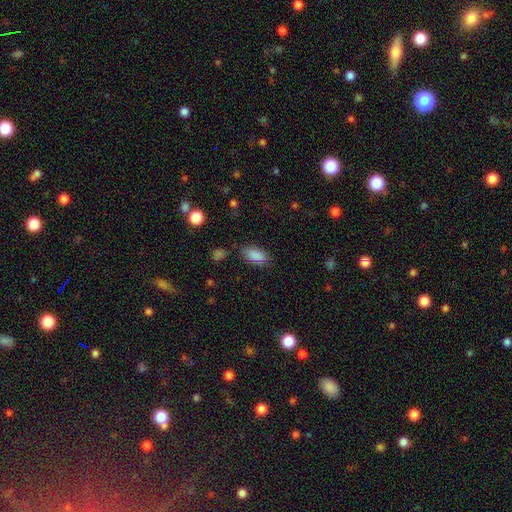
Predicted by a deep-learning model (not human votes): Smooth or featured: smooth — 86% (star or artifact — 9%)
How rounded: in between — 90% (cigar-shaped — 6%)
Merging: none — 76% (minor disturbance — 16%)